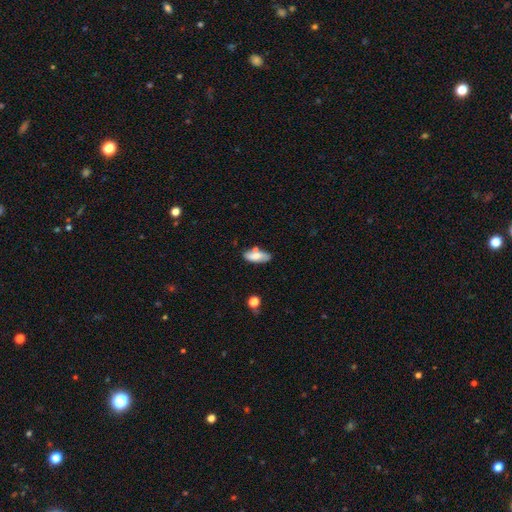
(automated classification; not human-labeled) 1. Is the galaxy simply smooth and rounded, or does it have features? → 69% smooth, 24% featured or disk, 7% star or artifact.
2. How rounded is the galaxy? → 81% in between, 17% cigar-shaped, 2% round.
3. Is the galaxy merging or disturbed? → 67% none, 18% minor disturbance, 11% merger, 4% major disturbance.